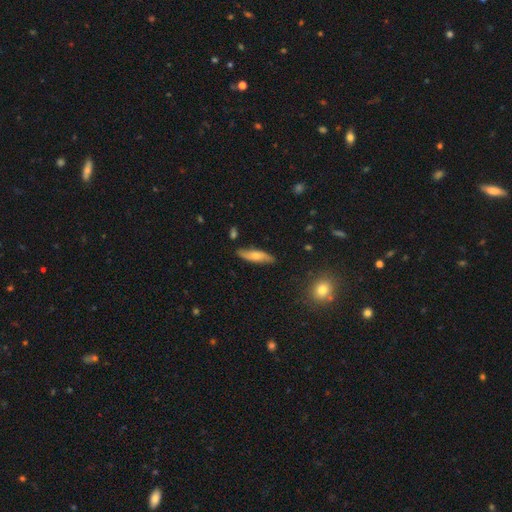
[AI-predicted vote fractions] smooth 57%, featured or disk 37%, star or artifact 6%. Down the decision tree: how rounded — cigar-shaped (61%); merging — none (82%).